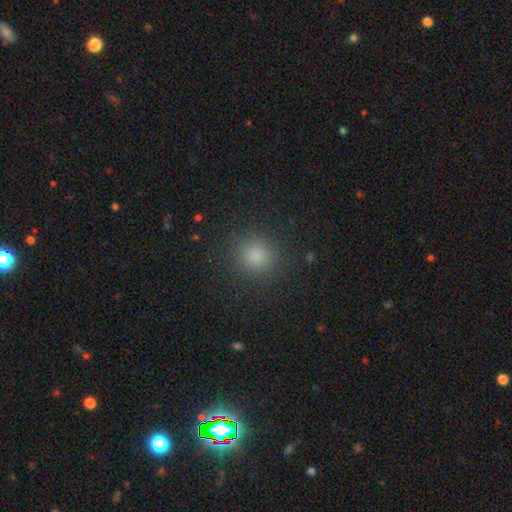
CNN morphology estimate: A smooth galaxy with no disk features (82%) that is round (91%). Merging: none (89%).